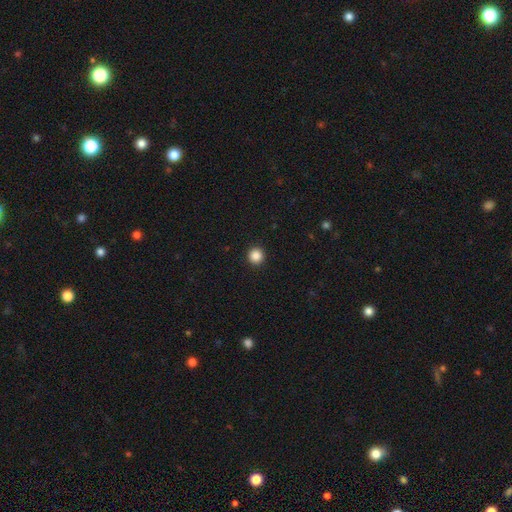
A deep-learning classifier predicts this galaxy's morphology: smooth_or_featured: smooth (p=0.87) [alt: star or artifact p=0.10]
how_rounded: round (p=0.96) [alt: in between p=0.03]
merging: none (p=0.94) [alt: minor disturbance p=0.04]